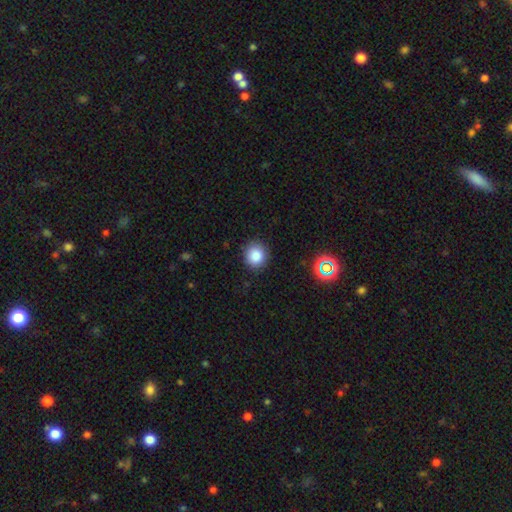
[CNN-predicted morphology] A smooth galaxy with no disk features (84%) that is round (86%).

Vote fractions:
- Smooth or featured? smooth: 84% / star or artifact: 12% / featured or disk: 4%
- How rounded? round: 86% / in between: 14% / cigar-shaped: 1%
- Merging? none: 88% / minor disturbance: 9% / major disturbance: 2% / merger: 1%